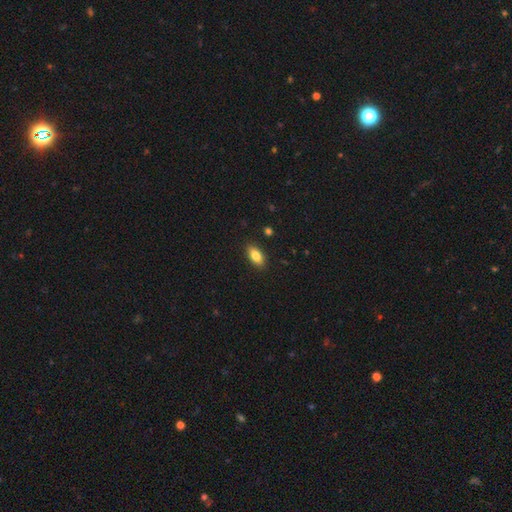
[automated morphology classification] Overall: smooth (81%). How rounded: in between (88%). Merging: none (88%).